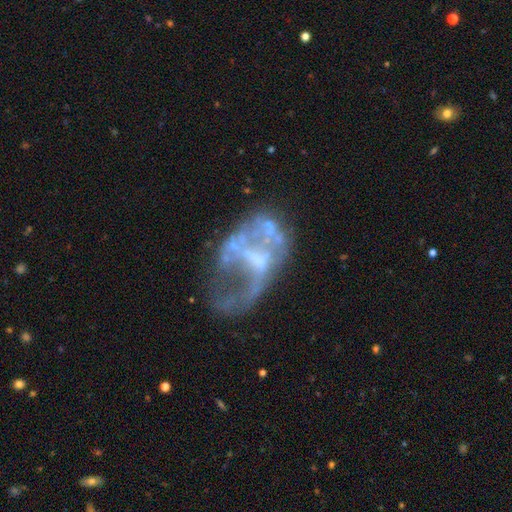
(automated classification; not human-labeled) smooth-or-featured: featured or disk: 73% | smooth: 15% | star or artifact: 13%
  disk-edge-on: no: 97% | yes: 3%
    bar: no: 68% | weak: 24% | strong: 8%
    has-spiral-arms: no: 76% | yes: 24%
    bulge-size: none: 53% | small: 26% | moderate: 17% | large: 2% | dominant: 1%
  merging: major disturbance: 42% | none: 29% | minor disturbance: 16% | merger: 12%